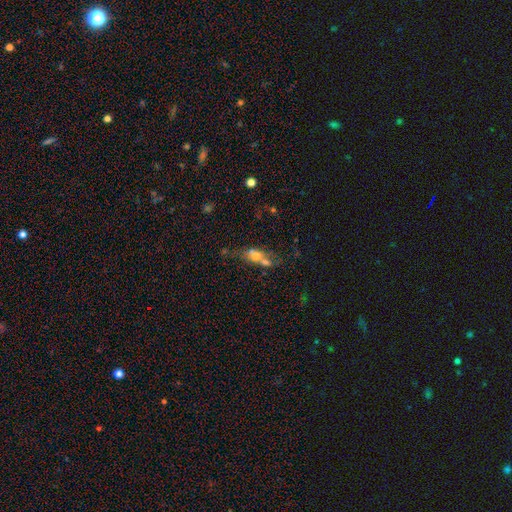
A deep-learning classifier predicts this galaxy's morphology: This is possibly a smooth galaxy (53%). How rounded: likely in between (61%). Merging: possibly merger (50%).